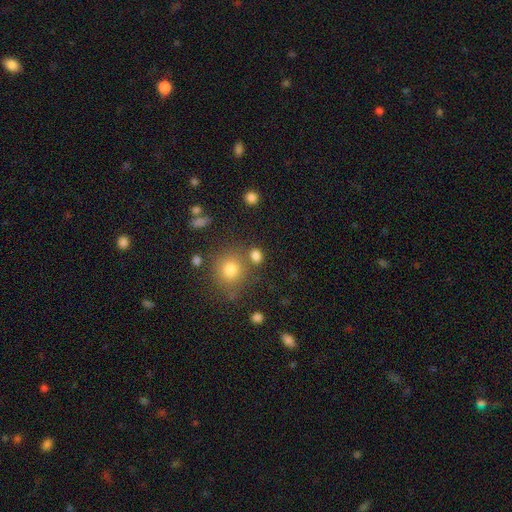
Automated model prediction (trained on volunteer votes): Overall: smooth (79%). How rounded: round (60%; in between 38%). Merging: none (69%).